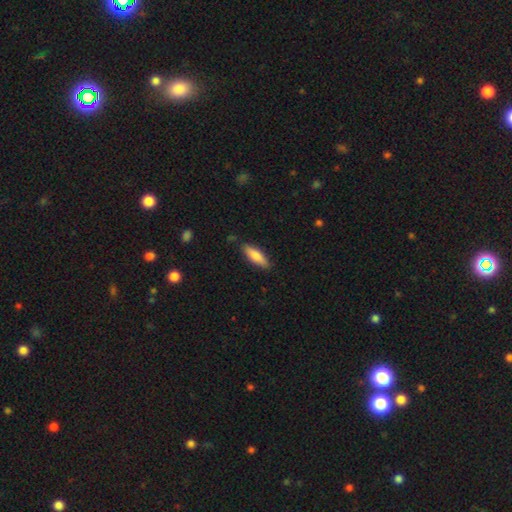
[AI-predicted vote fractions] Smooth or featured? smooth (78%)
How rounded? cigar-shaped (51%)
Merging? none (84%)